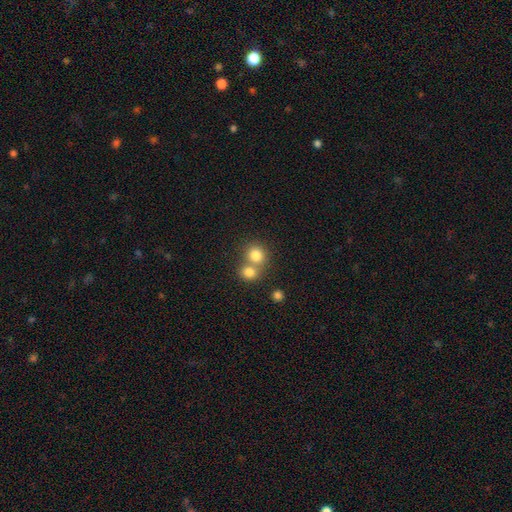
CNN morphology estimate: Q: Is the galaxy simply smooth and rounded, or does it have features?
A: smooth — 80%.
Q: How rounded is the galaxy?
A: round — 83%.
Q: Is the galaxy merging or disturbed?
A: merger — 48%.